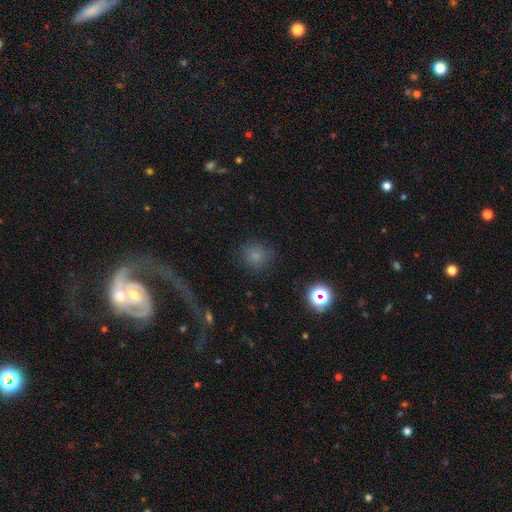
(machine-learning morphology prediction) This appears to be a smooth galaxy with no disk features (78%) that is round (91%). Merging: none (86%).